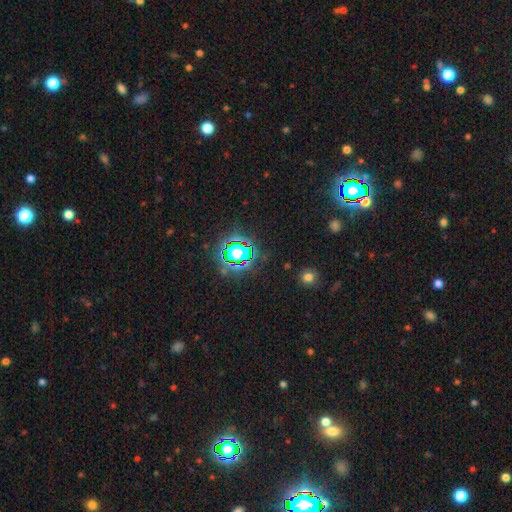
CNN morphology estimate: Smooth or featured? Predicted: star or artifact (p=0.80).